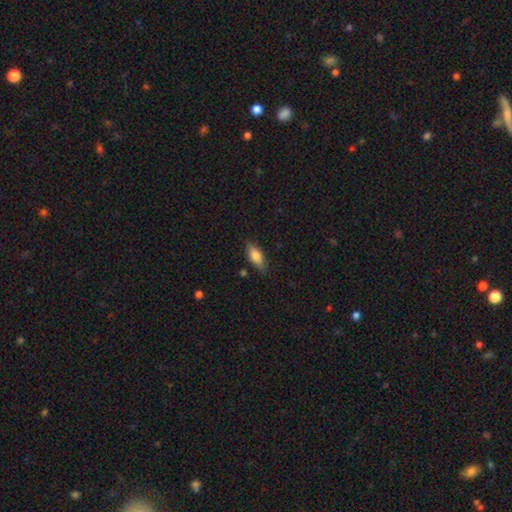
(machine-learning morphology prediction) This appears to be a smooth galaxy with no disk features (79%) that is in between round and cigar-shaped (81%). Merging: none (79%).